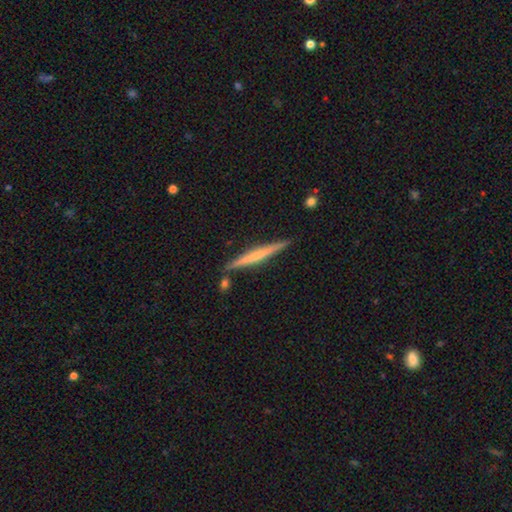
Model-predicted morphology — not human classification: type=featured or disk (56%); edge-on=yes (97%); edge-on bulge=none (64%); merging=none (86%).